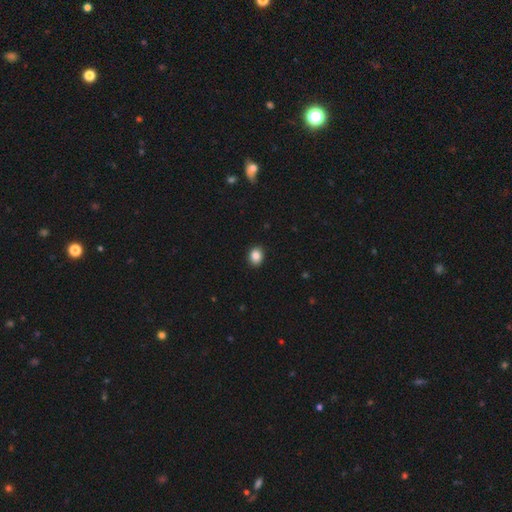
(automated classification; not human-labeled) Q: Smooth or featured?
A: smooth (86%); runner-up: star or artifact (9%)
Q: How rounded?
A: round (52%); runner-up: in between (48%)
Q: Merging?
A: none (91%); runner-up: minor disturbance (7%)